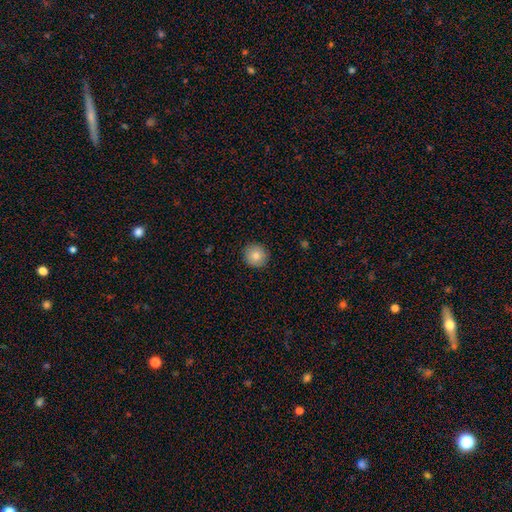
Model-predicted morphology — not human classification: Smooth or featured? smooth (83%)
How rounded? round (91%)
Merging? none (91%)